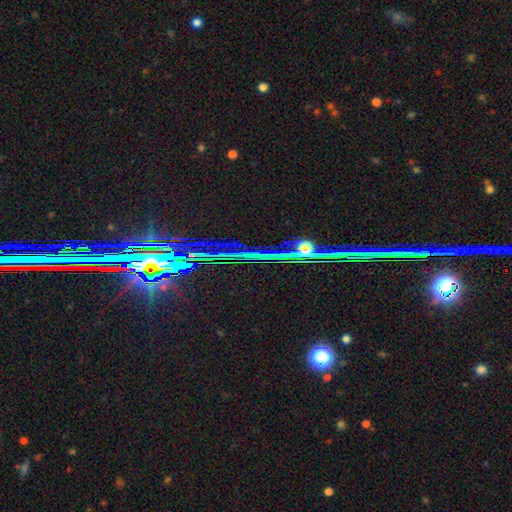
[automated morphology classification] This is clearly a star or artifact rather than a galaxy (81%).